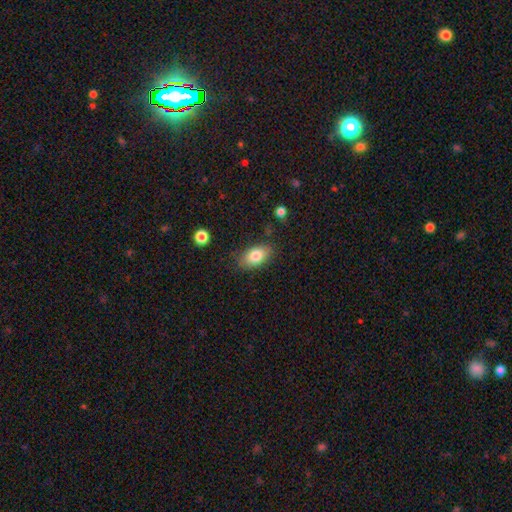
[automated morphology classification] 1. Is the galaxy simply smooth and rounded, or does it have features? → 81% smooth, 11% featured or disk, 7% star or artifact.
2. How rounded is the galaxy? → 91% in between, 6% round, 4% cigar-shaped.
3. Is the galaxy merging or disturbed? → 80% none, 14% minor disturbance, 3% major disturbance, 2% merger.